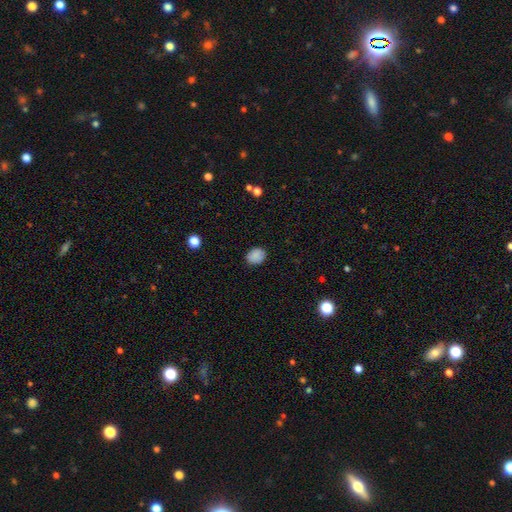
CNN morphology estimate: A smooth galaxy with no disk features (87%) that is in between round and cigar-shaped (54%).

Vote fractions:
- Smooth or featured? smooth: 87% / star or artifact: 9% / featured or disk: 4%
- How rounded? in between: 54% / round: 45% / cigar-shaped: 1%
- Merging? none: 85% / minor disturbance: 11% / major disturbance: 2% / merger: 1%